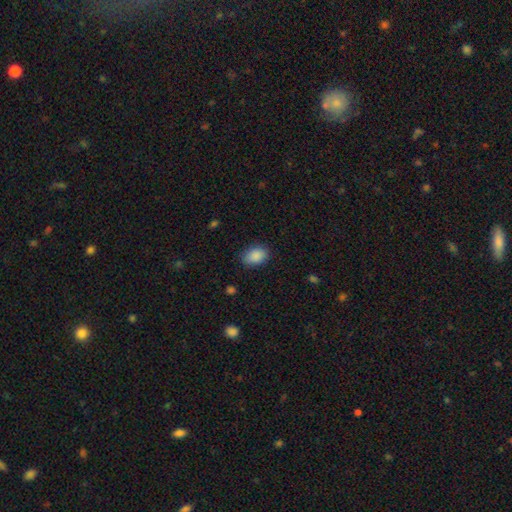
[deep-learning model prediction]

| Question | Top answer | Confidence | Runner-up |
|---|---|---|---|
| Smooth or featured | smooth | 89% | star or artifact (7%) |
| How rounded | in between | 81% | round (18%) |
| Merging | none | 83% | minor disturbance (13%) |